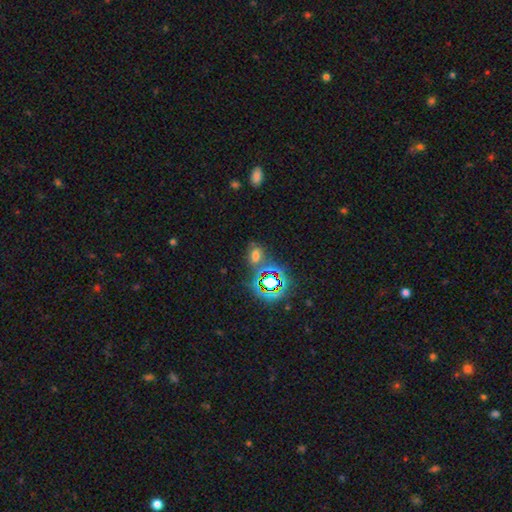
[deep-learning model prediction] A star or artifact, not a galaxy (44%, tied with smooth).

Vote fractions:
- Smooth or featured? star or artifact: 44% (tied) / smooth: 44% (tied) / featured or disk: 12%